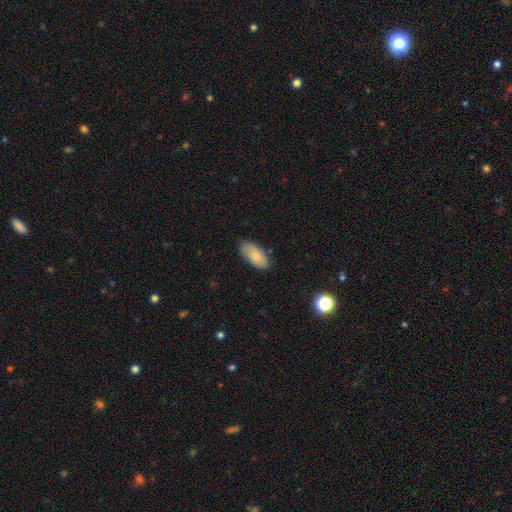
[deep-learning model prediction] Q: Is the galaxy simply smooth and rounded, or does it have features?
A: smooth — 83%.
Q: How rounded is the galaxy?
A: in between — 92%.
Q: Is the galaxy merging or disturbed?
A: none — 77%.